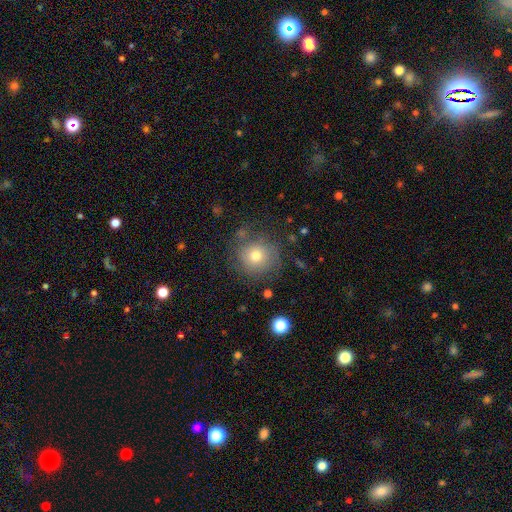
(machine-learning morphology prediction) Smooth or featured? smooth (72%)
How rounded? round (91%)
Merging? none (74%)